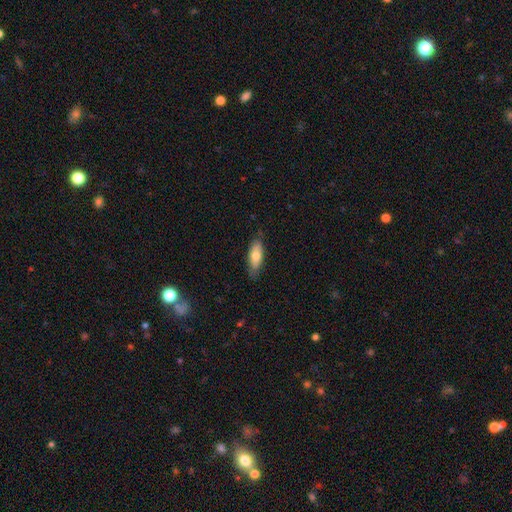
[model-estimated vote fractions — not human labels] Q: Smooth or featured?
A: smooth (70%); runner-up: featured or disk (24%)
Q: How rounded?
A: in between (73%); runner-up: cigar-shaped (24%)
Q: Merging?
A: none (77%); runner-up: minor disturbance (19%)